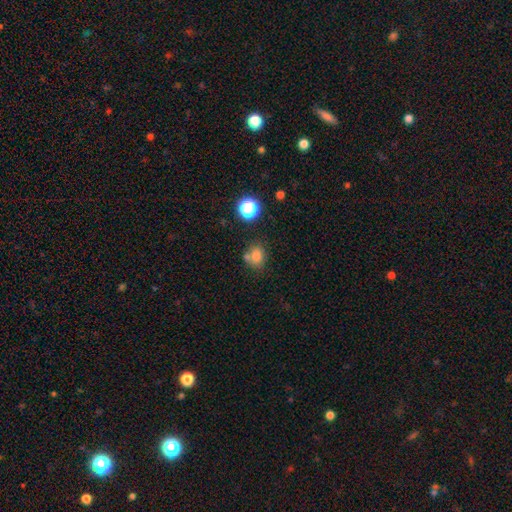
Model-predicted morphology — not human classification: A smooth galaxy with no disk features (77%) that is round (62%).

Vote fractions:
- Smooth or featured? smooth: 77% / star or artifact: 15% / featured or disk: 9%
- How rounded? round: 62% / in between: 37% / cigar-shaped: 1%
- Merging? none: 59% / merger: 20% / minor disturbance: 15% / major disturbance: 5%